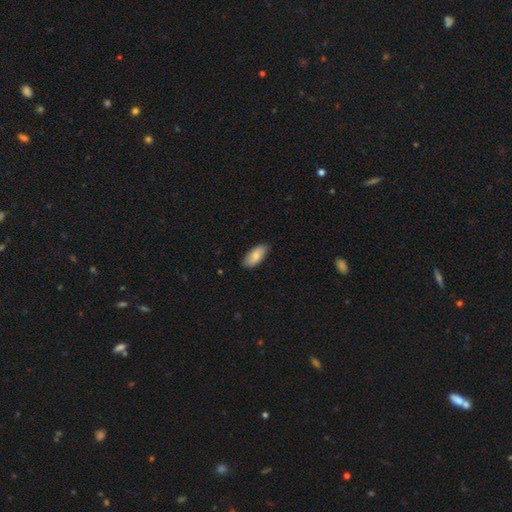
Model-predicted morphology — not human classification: This is likely a smooth galaxy (79%). How rounded: clearly in between (91%). Merging: clearly none (84%).